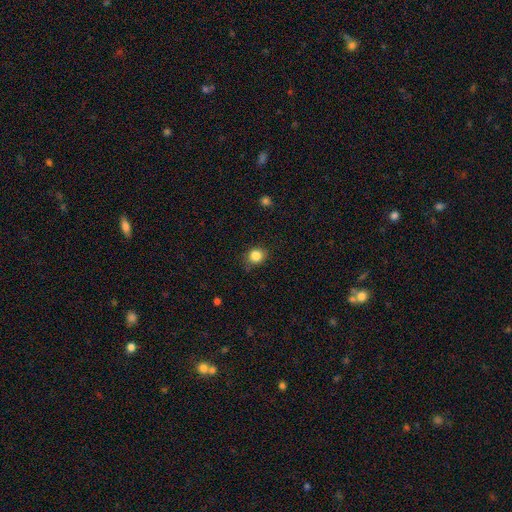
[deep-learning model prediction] Q: Smooth or featured?
A: smooth (85%); runner-up: star or artifact (11%)
Q: How rounded?
A: round (80%); runner-up: in between (19%)
Q: Merging?
A: none (81%); runner-up: minor disturbance (14%)